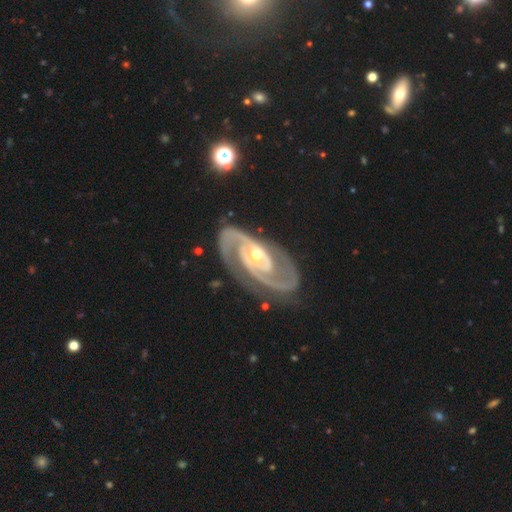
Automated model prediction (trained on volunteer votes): Overall: featured or disk (93%). Edge-on disk: no (97%). Bar: no (49%; weak 32%). Spiral arms: yes (98%). Spiral arm count: 2 (90%). Spiral winding: medium (47%; tight 44%). Bulge size: moderate (58%; small 37%). Merging: none (77%).